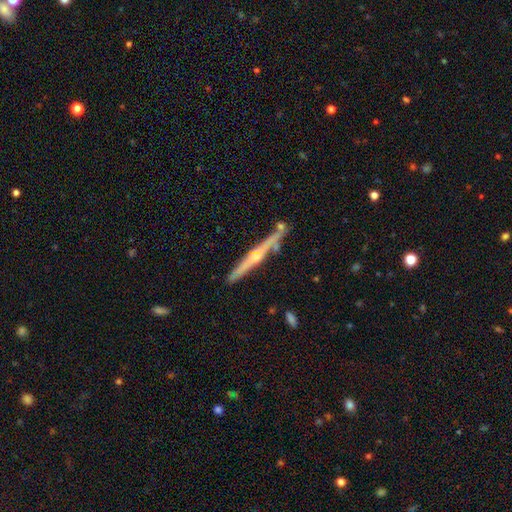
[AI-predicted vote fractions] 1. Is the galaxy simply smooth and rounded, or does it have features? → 72% featured or disk, 22% smooth, 6% star or artifact.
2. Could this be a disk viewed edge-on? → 96% yes, 4% no.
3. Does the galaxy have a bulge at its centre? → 69% rounded, 26% none, 5% boxy.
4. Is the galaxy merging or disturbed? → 78% none, 13% minor disturbance, 6% merger, 3% major disturbance.